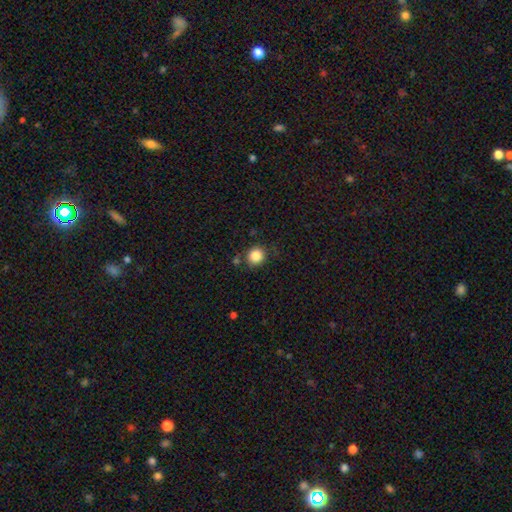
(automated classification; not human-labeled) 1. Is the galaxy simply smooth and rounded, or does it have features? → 86% smooth, 10% star or artifact, 4% featured or disk.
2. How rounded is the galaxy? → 90% round, 9% in between, 1% cigar-shaped.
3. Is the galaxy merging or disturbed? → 80% none, 11% minor disturbance, 5% merger, 4% major disturbance.